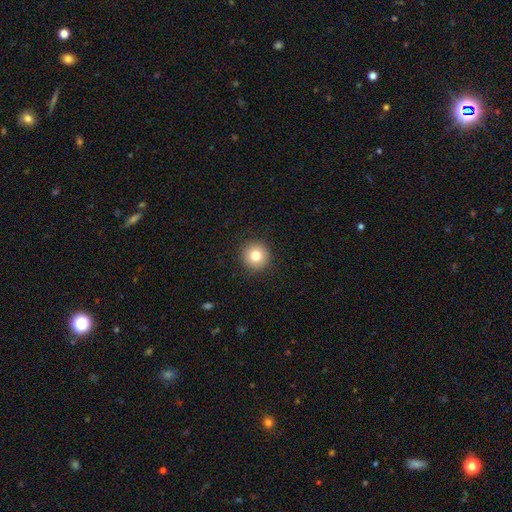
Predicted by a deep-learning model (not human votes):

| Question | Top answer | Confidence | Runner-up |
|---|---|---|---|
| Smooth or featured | smooth | 80% | star or artifact (11%) |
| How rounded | round | 95% | in between (4%) |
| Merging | none | 92% | minor disturbance (5%) |